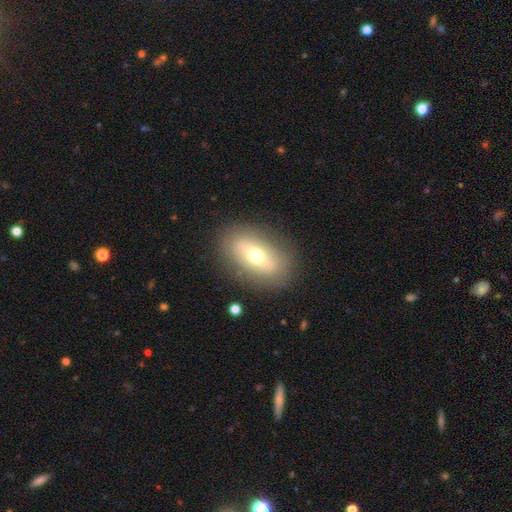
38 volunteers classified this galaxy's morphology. smooth-or-featured: smooth: 63% | featured or disk: 37% | star or artifact: 0%
  how-rounded: in between: 83% | round: 8% | cigar-shaped: 8%
  merging: none: 79% | minor disturbance: 16% | major disturbance: 3% | merger: 3%